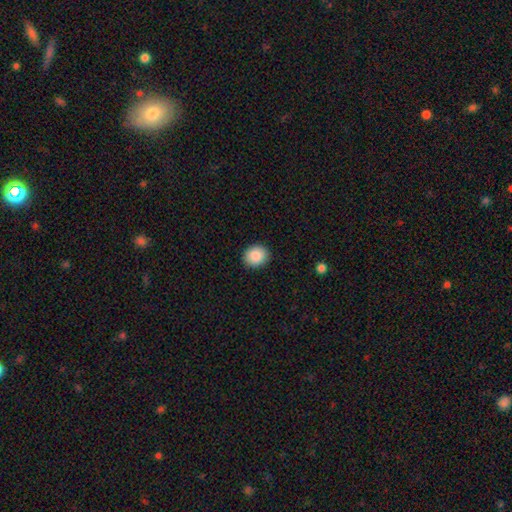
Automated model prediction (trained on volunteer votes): Morphology: type=smooth (89%); roundness=round (64%); merging=none (91%).